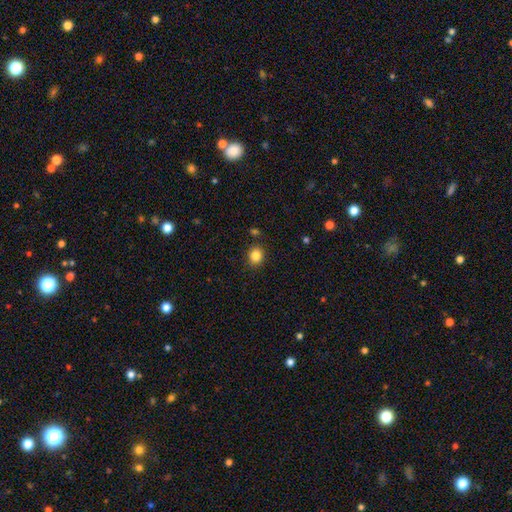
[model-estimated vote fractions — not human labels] Morphology: type=smooth (85%); roundness=round (65%); merging=none (87%).